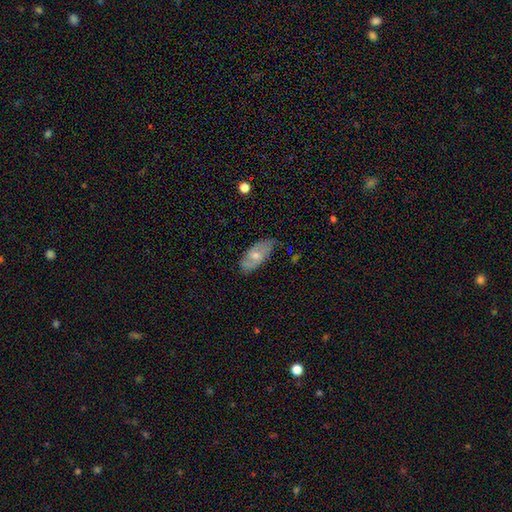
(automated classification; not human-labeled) Q: Smooth or featured?
A: featured or disk (49%); runner-up: smooth (44%)
Q: Merging?
A: none (65%); runner-up: minor disturbance (28%)